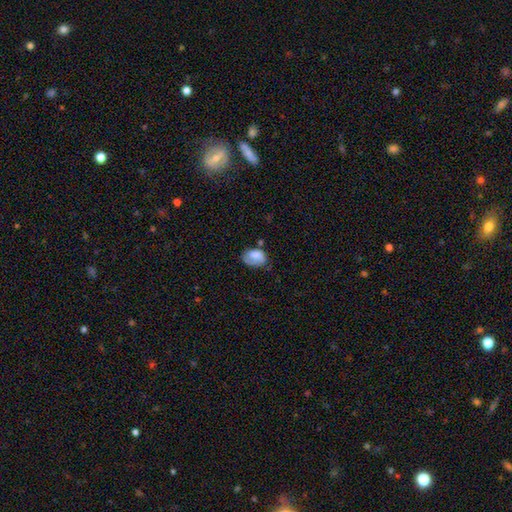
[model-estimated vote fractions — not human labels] Morphology: type=smooth (71%); roundness=in between (80%); merging=none (52%).